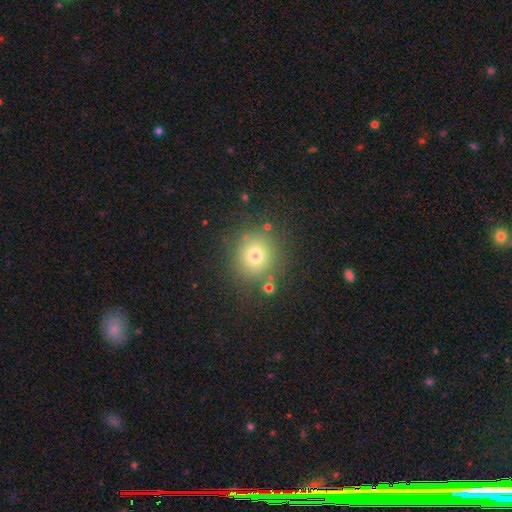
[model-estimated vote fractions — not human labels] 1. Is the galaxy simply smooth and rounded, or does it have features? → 73% smooth, 17% star or artifact, 11% featured or disk.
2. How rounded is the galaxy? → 91% round, 8% in between, 1% cigar-shaped.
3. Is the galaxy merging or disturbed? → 83% none, 9% minor disturbance, 4% merger, 4% major disturbance.